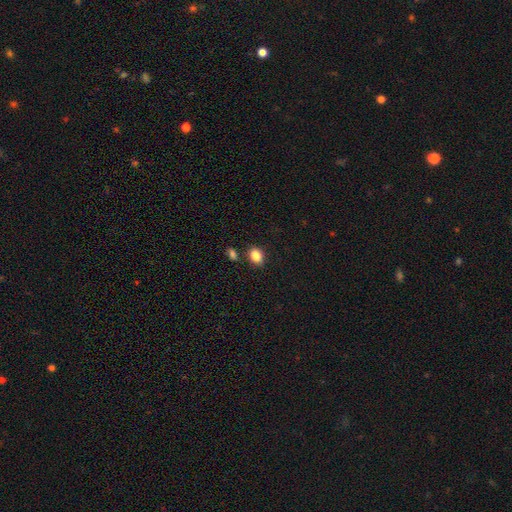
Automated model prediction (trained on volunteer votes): smooth 86%, star or artifact 9%, featured or disk 5%. Down the decision tree: how rounded — in between (70%); merging — none (78%).